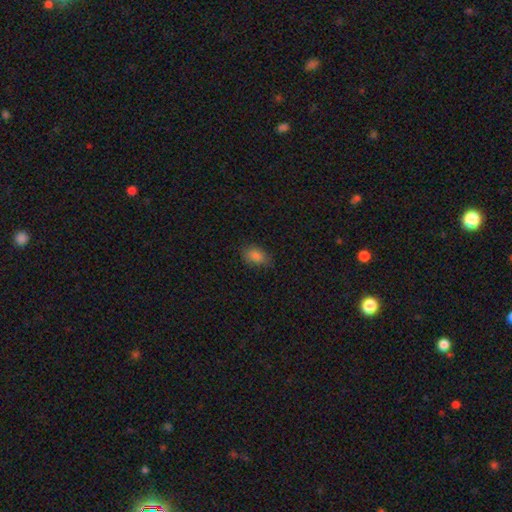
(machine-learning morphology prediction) smooth-or-featured: smooth: 83% | star or artifact: 11% | featured or disk: 6%
  how-rounded: in between: 81% | round: 17% | cigar-shaped: 2%
  merging: none: 76% | minor disturbance: 19% | major disturbance: 4% | merger: 1%